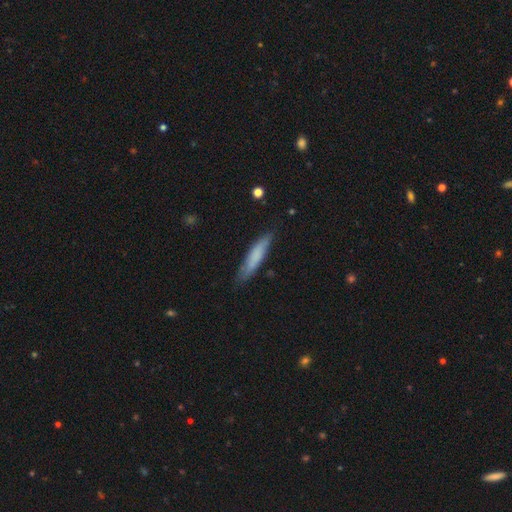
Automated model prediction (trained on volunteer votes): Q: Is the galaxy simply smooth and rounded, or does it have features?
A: smooth — 73%.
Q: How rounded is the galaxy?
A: cigar-shaped — 85%.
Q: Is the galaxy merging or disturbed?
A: none — 80%.